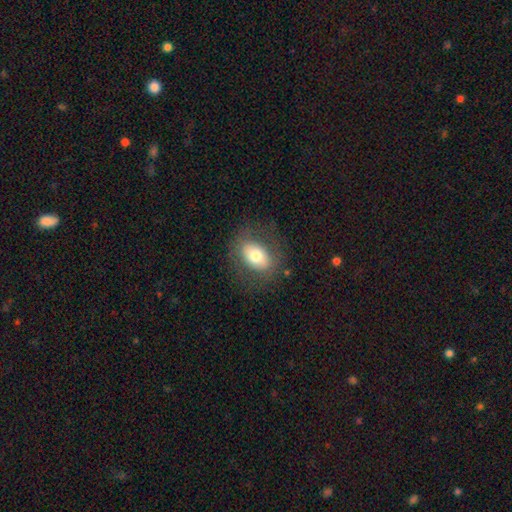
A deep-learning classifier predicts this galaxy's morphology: Q: Smooth or featured?
A: smooth (69%); runner-up: featured or disk (23%)
Q: How rounded?
A: in between (76%); runner-up: round (22%)
Q: Merging?
A: none (78%); runner-up: minor disturbance (13%)